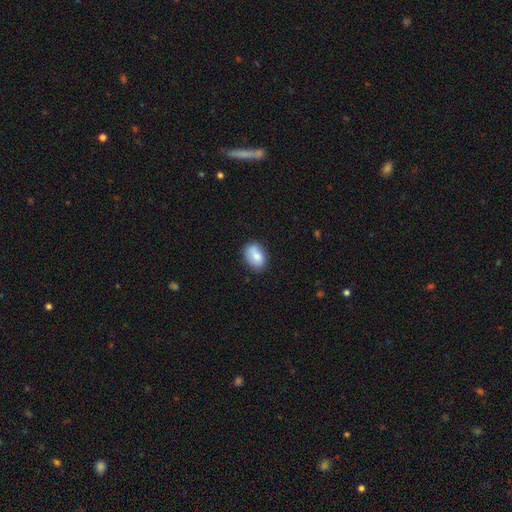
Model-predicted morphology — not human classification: A smooth galaxy with no disk features (81%) that is in between round and cigar-shaped (82%).

Vote fractions:
- Smooth or featured? smooth: 81% / featured or disk: 12% / star or artifact: 7%
- How rounded? in between: 82% / round: 16% / cigar-shaped: 2%
- Merging? none: 77% / minor disturbance: 17% / major disturbance: 3% / merger: 2%